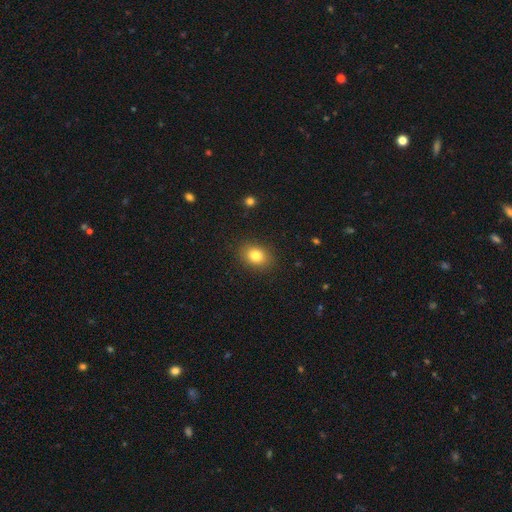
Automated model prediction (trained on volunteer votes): Smooth or featured?
  - smooth: 81% *
  - star or artifact: 11%
  - featured or disk: 8%
How rounded?
  - in between: 60% *
  - round: 39%
  - cigar-shaped: 1%
Merging?
  - none: 88% *
  - minor disturbance: 8%
  - major disturbance: 3%
  - merger: 1%